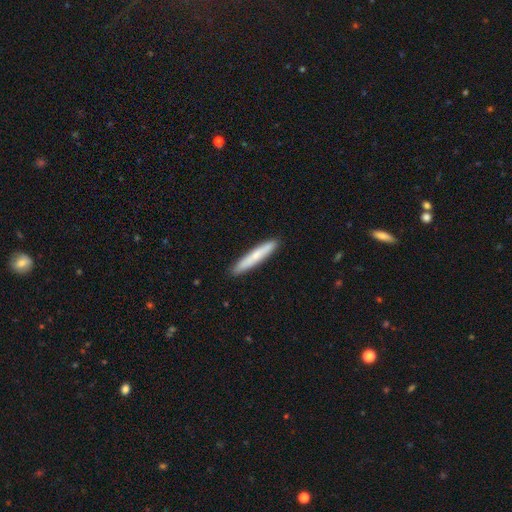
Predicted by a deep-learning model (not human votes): Smooth or featured: smooth — 69% (featured or disk — 26%)
How rounded: cigar-shaped — 95% (in between — 4%)
Merging: none — 91% (minor disturbance — 6%)